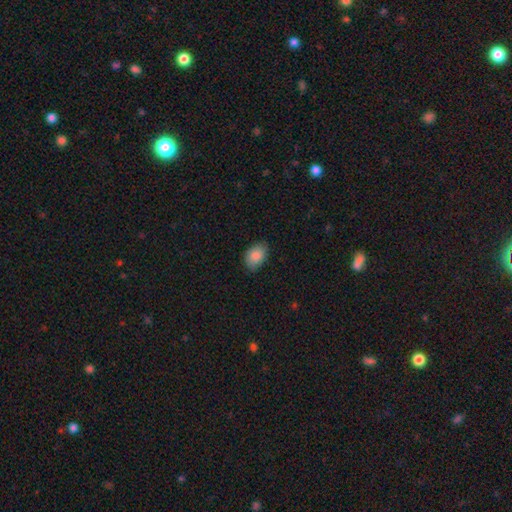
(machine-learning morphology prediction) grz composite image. It shows a smooth galaxy with no disk features (88%) that is in between round and cigar-shaped (83%). Merging: none (81%).